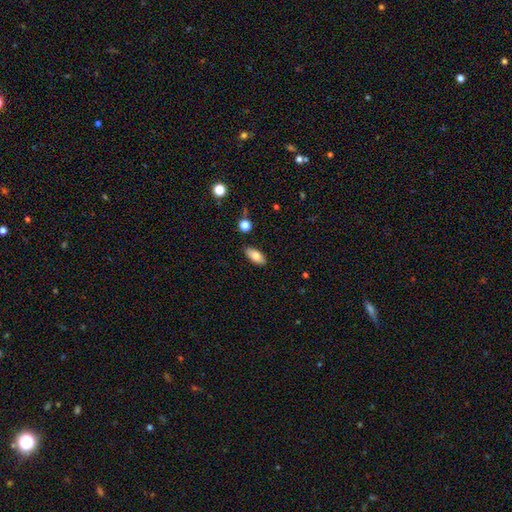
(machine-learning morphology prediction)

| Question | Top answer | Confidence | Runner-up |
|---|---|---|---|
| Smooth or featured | smooth | 78% | featured or disk (14%) |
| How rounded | in between | 88% | cigar-shaped (9%) |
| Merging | none | 87% | minor disturbance (9%) |